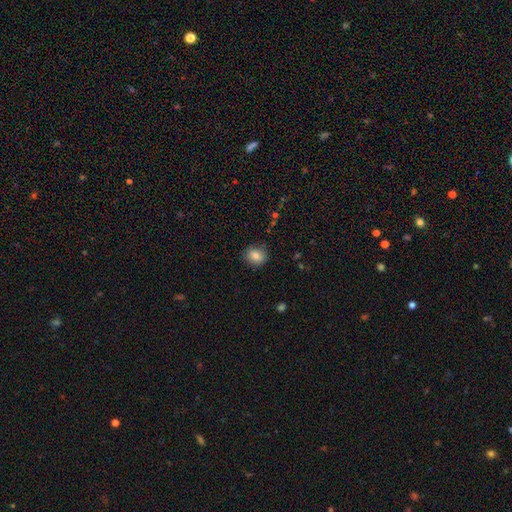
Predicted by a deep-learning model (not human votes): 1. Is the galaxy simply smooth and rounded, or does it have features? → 83% smooth, 9% star or artifact, 8% featured or disk.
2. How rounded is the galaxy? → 71% round, 28% in between, 1% cigar-shaped.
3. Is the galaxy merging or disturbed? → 86% none, 11% minor disturbance, 3% major disturbance, 1% merger.